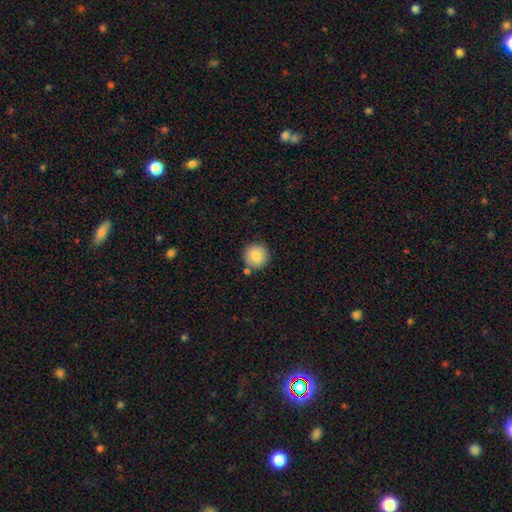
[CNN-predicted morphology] This is clearly a smooth galaxy (84%). How rounded: clearly round (95%). Merging: clearly none (82%).